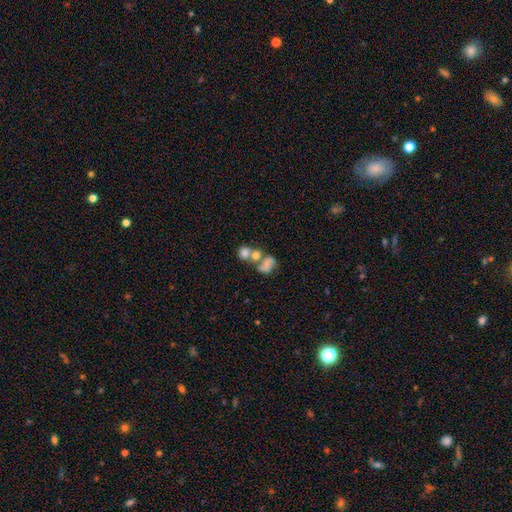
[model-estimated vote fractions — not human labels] A smooth galaxy with no disk features (54%) that is round (54%).

Vote fractions:
- Smooth or featured? smooth: 54% / featured or disk: 32% / star or artifact: 14%
- How rounded? round: 54% / in between: 44% / cigar-shaped: 2%
- Merging? merger: 57% / none: 24% / major disturbance: 9% / minor disturbance: 9%